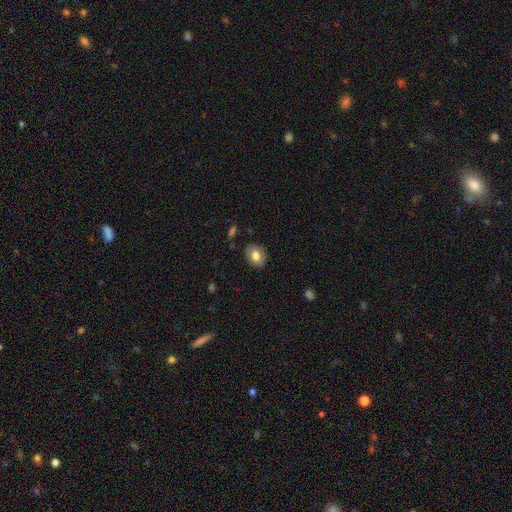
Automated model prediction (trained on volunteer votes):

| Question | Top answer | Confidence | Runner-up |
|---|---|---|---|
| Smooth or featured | smooth | 75% | featured or disk (18%) |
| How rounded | in between | 59% | round (40%) |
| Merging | none | 85% | minor disturbance (11%) |